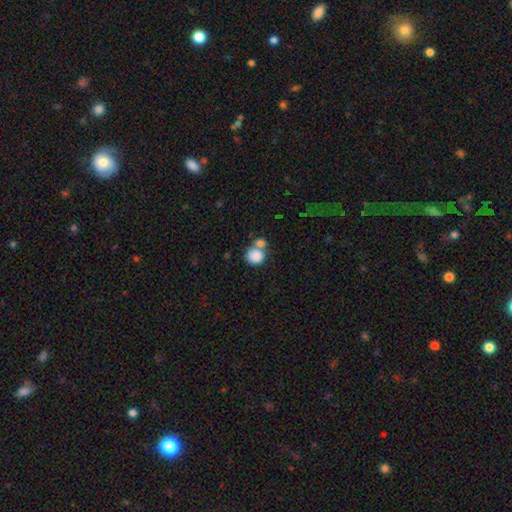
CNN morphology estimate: A smooth galaxy with no disk features (85%) that is round (84%). Merging: none (44%).